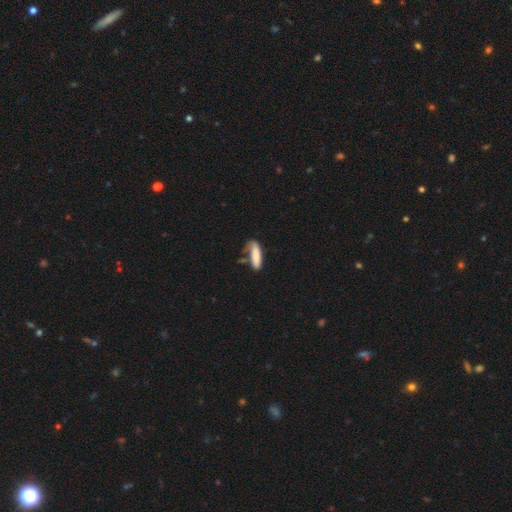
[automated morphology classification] smooth-or-featured: smooth: 81% | featured or disk: 12% | star or artifact: 7%
  how-rounded: cigar-shaped: 62% | in between: 36% | round: 2%
  merging: none: 48% | minor disturbance: 25% | merger: 14% | major disturbance: 13%